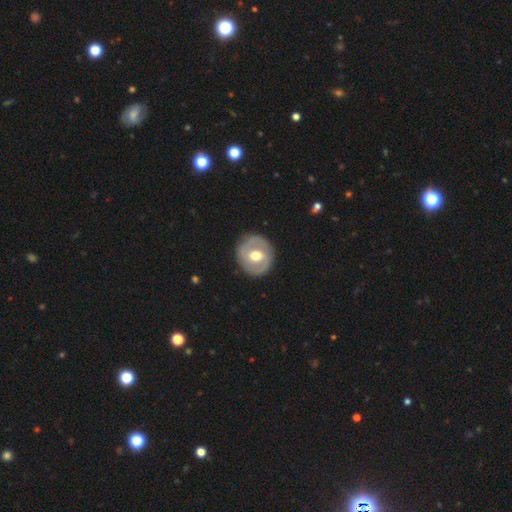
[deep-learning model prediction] Smooth or featured?
  - featured or disk: 62% *
  - smooth: 33%
  - star or artifact: 5%
Edge-on disk?
  - no: 97% *
  - yes: 3%
Bar?
  - weak: 42% *
  - no: 41%
  - strong: 17%
Spiral arms?
  - yes: 58% *
  - no: 42%
Bulge size?
  - moderate: 78% *
  - large: 13%
  - small: 7%
  - dominant: 1%
  - none: 1%
Merging?
  - none: 86% *
  - minor disturbance: 10%
  - major disturbance: 3%
  - merger: 1%